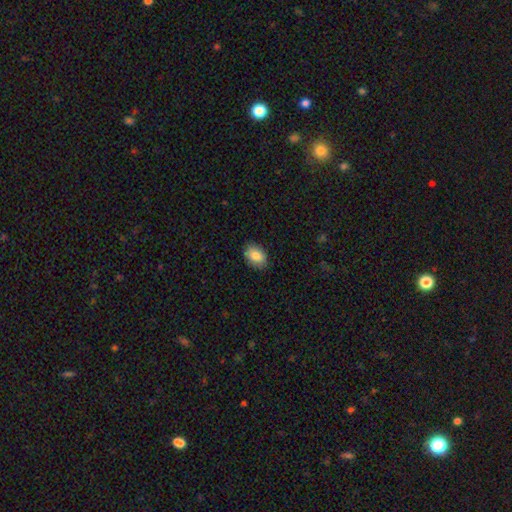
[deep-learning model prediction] The model was most divided on "how rounded": in between: 83%, round: 16%, cigar-shaped: 1%. More confident: merging — none (86%); smooth or featured — smooth (84%).